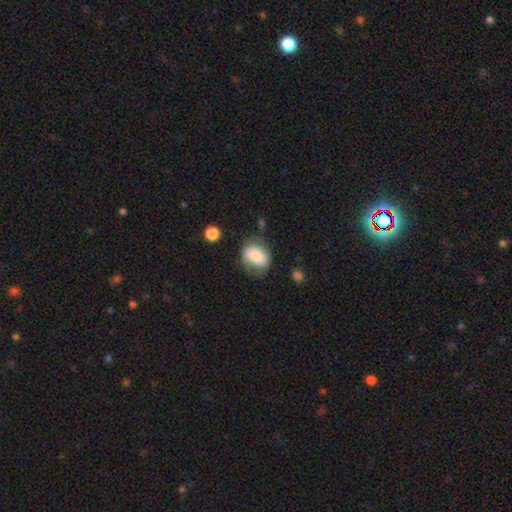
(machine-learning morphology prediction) This is likely a smooth galaxy (69%). How rounded: possibly in between (59%). Merging: possibly none (60%).